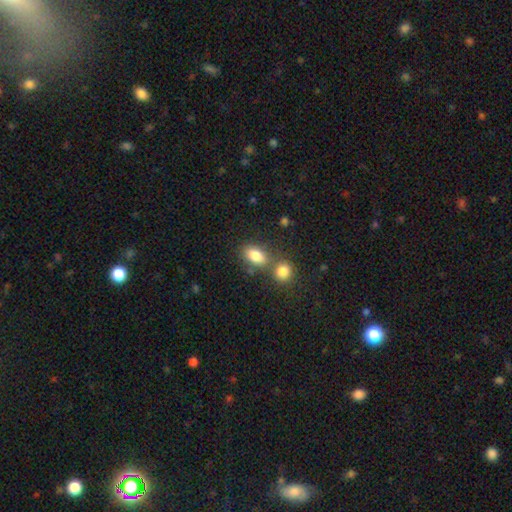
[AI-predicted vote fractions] This is clearly a smooth galaxy (83%). How rounded: clearly in between (84%). Merging: possibly none (53%).